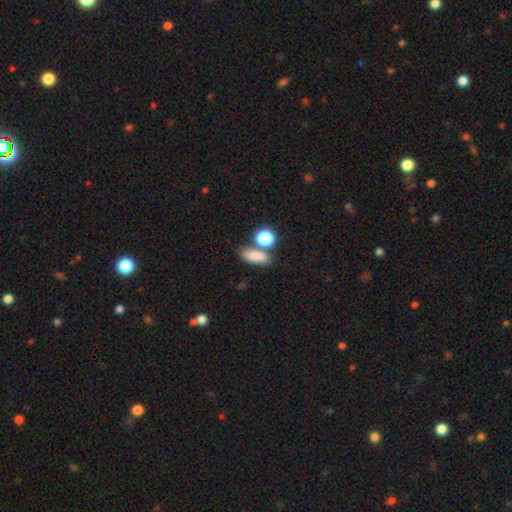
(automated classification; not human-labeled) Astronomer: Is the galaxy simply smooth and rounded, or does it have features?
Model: smooth — 81%.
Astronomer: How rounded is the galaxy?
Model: in between — 71%.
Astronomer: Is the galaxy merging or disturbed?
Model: none — 64%.